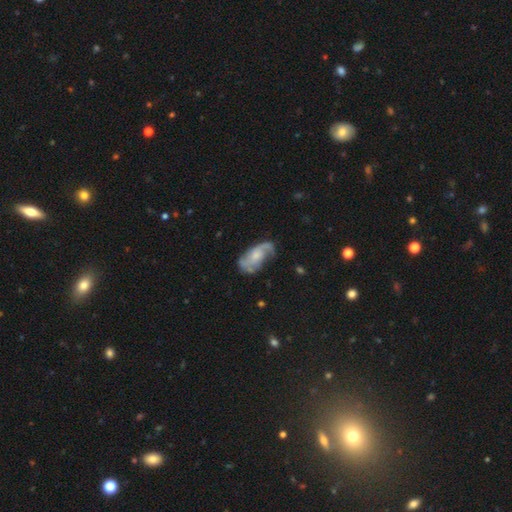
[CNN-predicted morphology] Smooth or featured: featured or disk — 74% (smooth — 20%)
Edge-on disk: no — 96% (yes — 4%)
Bar: no — 63% (weak — 32%)
Spiral arms: yes — 92% (no — 8%)
Spiral winding: medium — 44% (loose — 36%)
Spiral arm count: 2 — 73% (can't tell — 11%)
Bulge size: moderate — 39% (small — 37%)
Merging: none — 60% (minor disturbance — 24%)